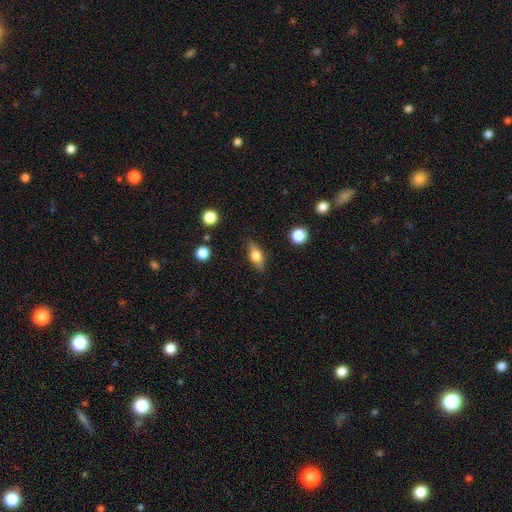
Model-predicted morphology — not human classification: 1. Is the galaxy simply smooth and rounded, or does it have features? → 60% smooth, 32% featured or disk, 8% star or artifact.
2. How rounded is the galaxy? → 72% in between, 21% cigar-shaped, 8% round.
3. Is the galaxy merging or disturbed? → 83% none, 12% minor disturbance, 3% major disturbance, 2% merger.